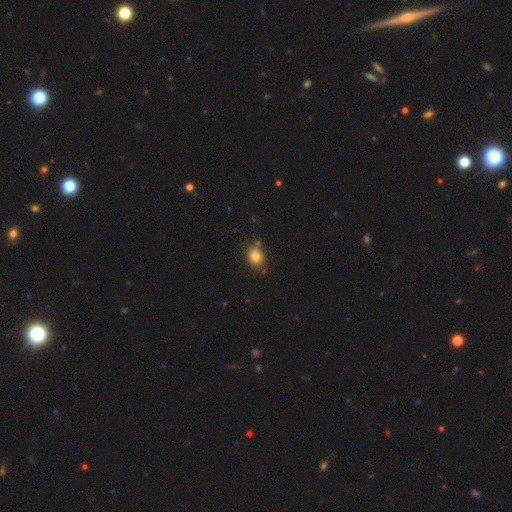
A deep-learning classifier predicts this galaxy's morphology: This appears to be a smooth galaxy with no disk features (81%) that is round (53%). Merging: none (74%).